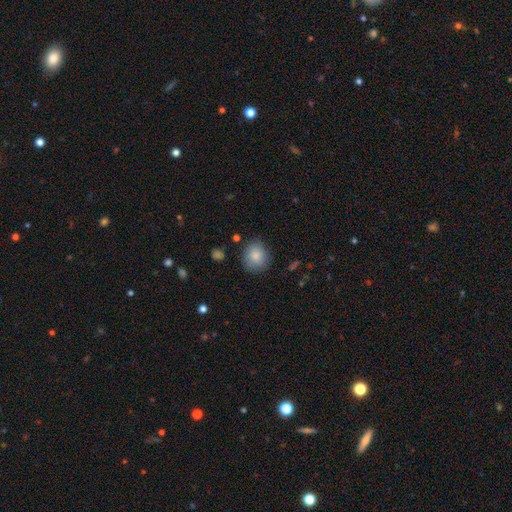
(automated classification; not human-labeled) smooth_or_featured: smooth (p=0.84) [alt: featured or disk p=0.08]
how_rounded: round (p=0.79) [alt: in between p=0.20]
merging: none (p=0.80) [alt: minor disturbance p=0.15]